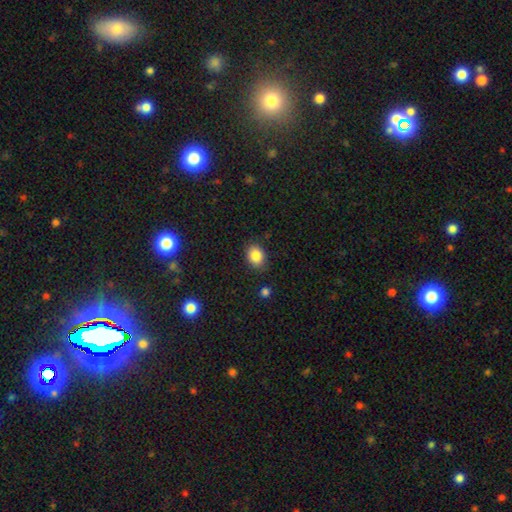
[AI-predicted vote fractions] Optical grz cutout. It shows a smooth galaxy with no disk features (85%) that is in between round and cigar-shaped (62%). Merging: none (84%).